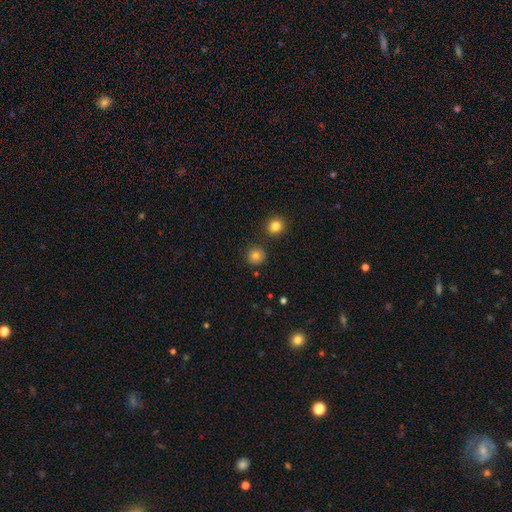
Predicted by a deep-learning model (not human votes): Overall: smooth (81%). How rounded: round (93%). Merging: none (87%).